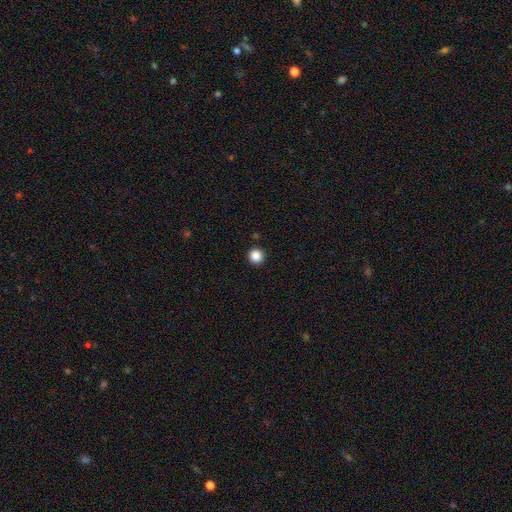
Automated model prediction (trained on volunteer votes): This is clearly a smooth galaxy (87%). How rounded: clearly round (93%). Merging: clearly none (92%).